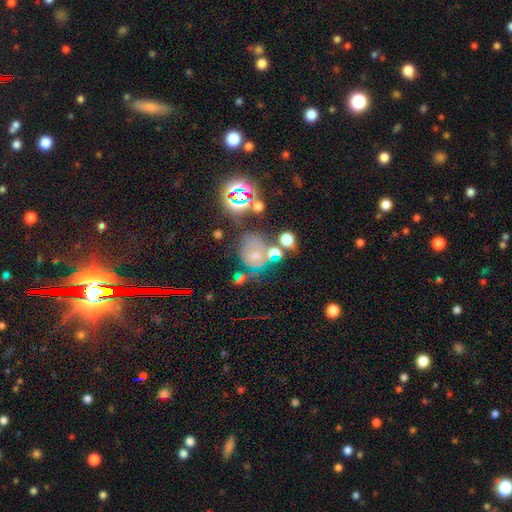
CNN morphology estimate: type=smooth (36%); merging=none (44%).